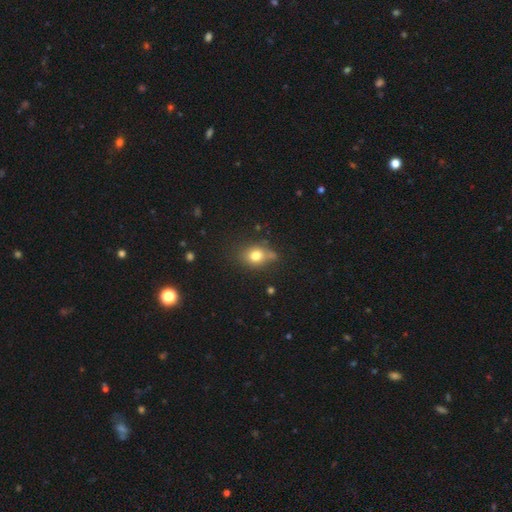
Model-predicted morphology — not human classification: Smooth or featured? Predicted: smooth (p=0.76). How rounded? Predicted: in between (p=0.51). Merging? Predicted: none (p=0.62).